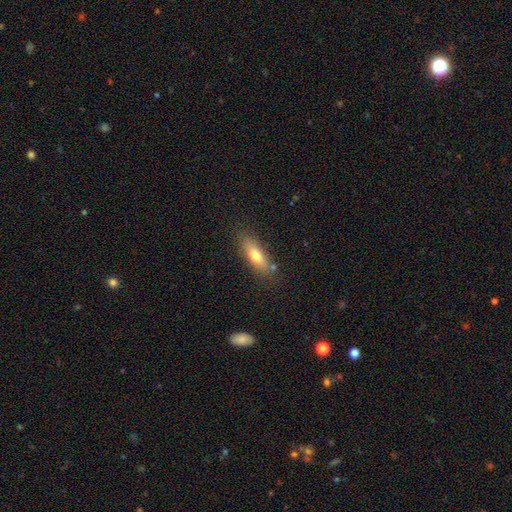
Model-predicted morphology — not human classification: type=smooth (71%); roundness=in between (61%); merging=none (79%).